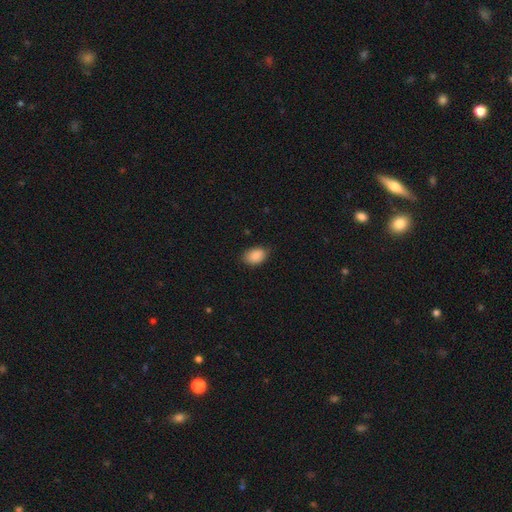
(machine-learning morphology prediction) smooth-or-featured: smooth: 88% | star or artifact: 7% | featured or disk: 4%
  how-rounded: in between: 84% | round: 15% | cigar-shaped: 1%
  merging: none: 78% | minor disturbance: 19% | major disturbance: 3% | merger: 1%